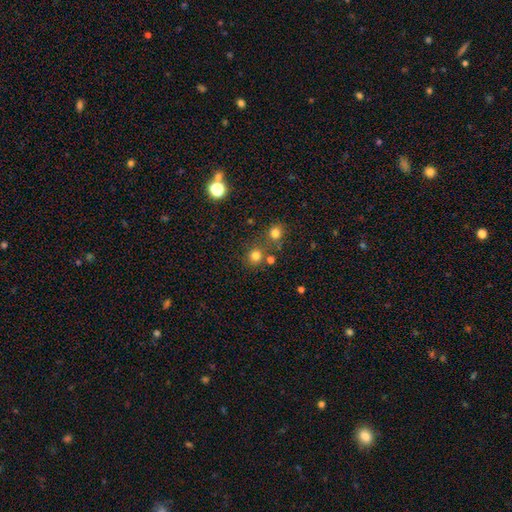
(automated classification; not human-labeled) Smooth or featured? Predicted: smooth (p=0.77). How rounded? Predicted: round (p=0.90). Merging? Predicted: none (p=0.68).